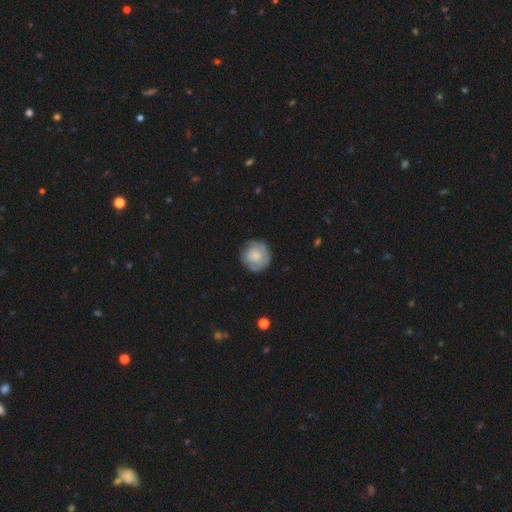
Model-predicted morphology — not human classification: Overall: smooth (62%; featured or disk 31%). How rounded: round (92%). Merging: none (76%).